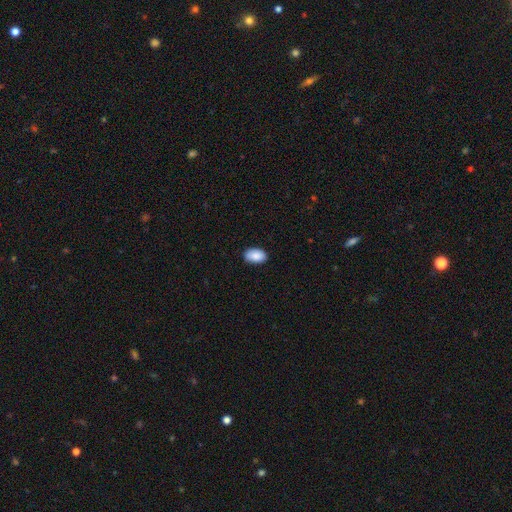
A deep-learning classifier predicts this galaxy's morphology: Q: Smooth or featured?
A: smooth (89%); runner-up: star or artifact (7%)
Q: How rounded?
A: in between (93%); runner-up: round (5%)
Q: Merging?
A: none (87%); runner-up: minor disturbance (10%)